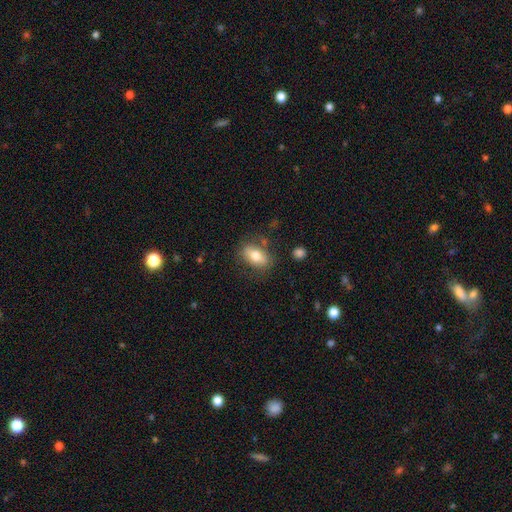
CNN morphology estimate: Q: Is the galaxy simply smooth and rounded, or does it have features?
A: smooth — 69%.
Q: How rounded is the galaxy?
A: in between — 85%.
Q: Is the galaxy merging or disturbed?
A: none — 75%.